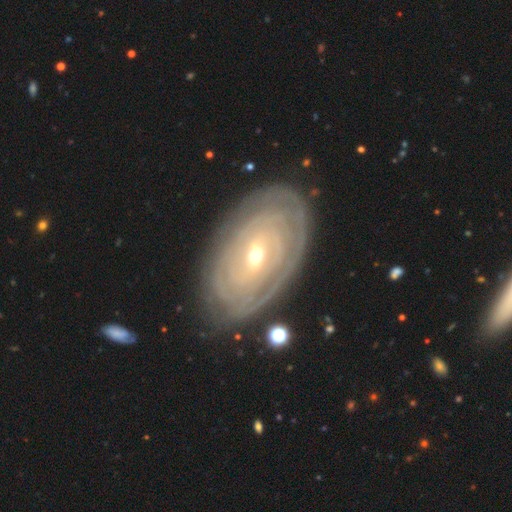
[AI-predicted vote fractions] Q: Smooth or featured?
A: featured or disk (81%); runner-up: smooth (13%)
Q: Edge-on disk?
A: no (94%); runner-up: yes (6%)
Q: Bar?
A: no (55%); runner-up: weak (31%)
Q: Spiral arms?
A: yes (80%); runner-up: no (20%)
Q: Spiral winding?
A: tight (87%); runner-up: medium (10%)
Q: Spiral arm count?
A: can't tell (56%); runner-up: 2 (13%)
Q: Bulge size?
A: small (59%); runner-up: moderate (37%)
Q: Merging?
A: none (82%); runner-up: minor disturbance (12%)